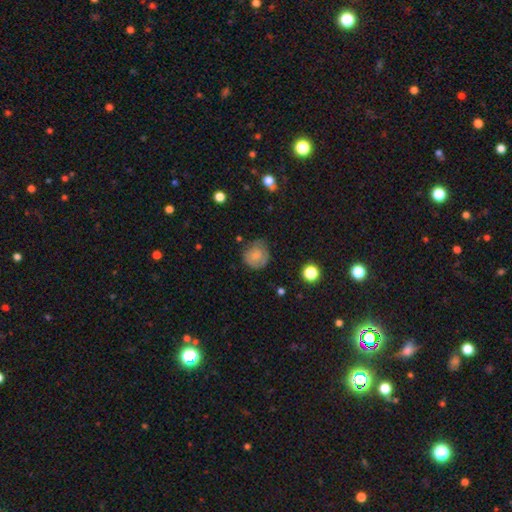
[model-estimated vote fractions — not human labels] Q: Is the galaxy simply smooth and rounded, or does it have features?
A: smooth — 66%.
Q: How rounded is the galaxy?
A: round — 82%.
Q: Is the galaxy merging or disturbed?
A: none — 61%.